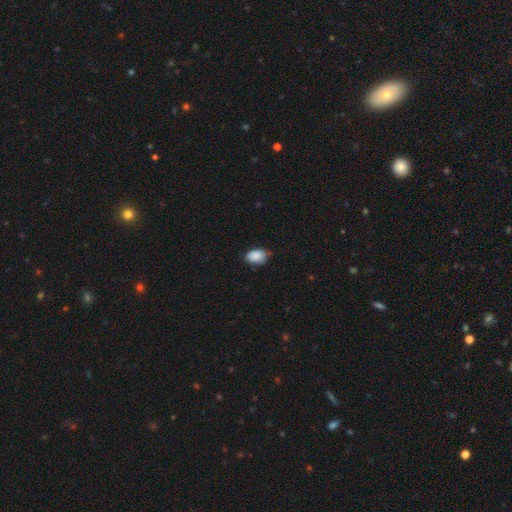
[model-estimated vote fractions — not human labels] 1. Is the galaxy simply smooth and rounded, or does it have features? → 88% smooth, 7% star or artifact, 5% featured or disk.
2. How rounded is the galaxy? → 87% in between, 12% round, 1% cigar-shaped.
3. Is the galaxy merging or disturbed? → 68% none, 28% minor disturbance, 4% major disturbance, 1% merger.